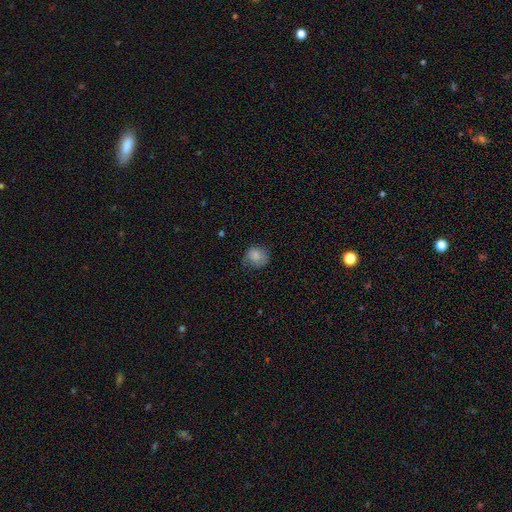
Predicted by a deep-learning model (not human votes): Smooth or featured?
  - smooth: 82% *
  - star or artifact: 9%
  - featured or disk: 9%
How rounded?
  - round: 73% *
  - in between: 27%
  - cigar-shaped: 1%
Merging?
  - none: 61% *
  - minor disturbance: 28%
  - major disturbance: 10%
  - merger: 1%